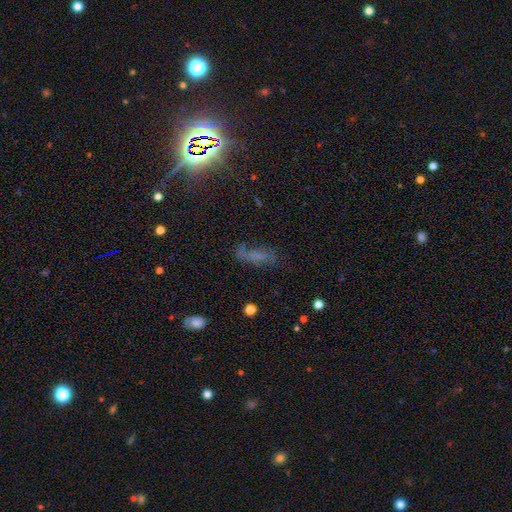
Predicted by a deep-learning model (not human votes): featured or disk 37%, smooth 35%, star or artifact 28%. Down the decision tree: merging — none (51%).